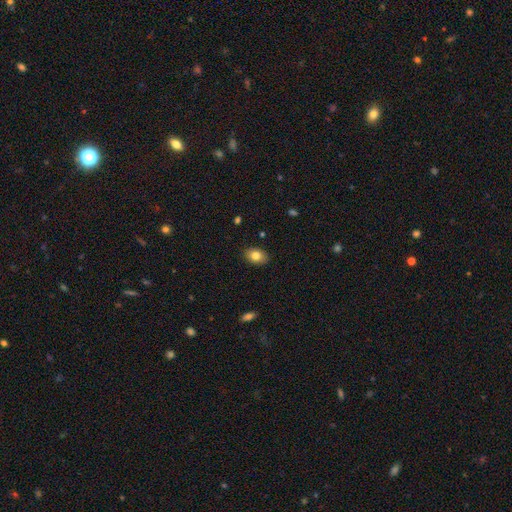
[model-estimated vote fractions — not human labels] A smooth galaxy with no disk features (82%) that is in between round and cigar-shaped (78%). Merging: none (88%).